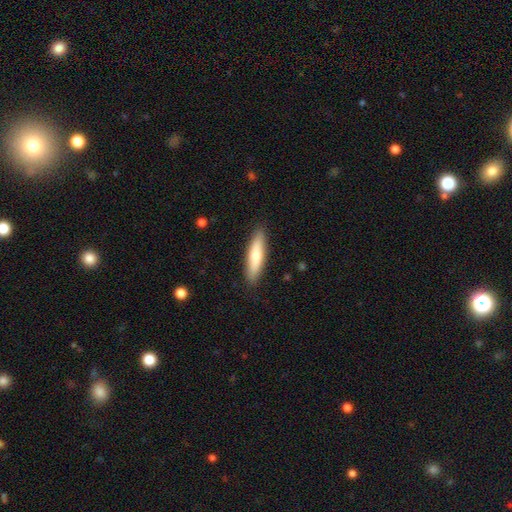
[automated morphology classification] Smooth or featured? smooth (73%)
How rounded? cigar-shaped (76%)
Merging? none (88%)